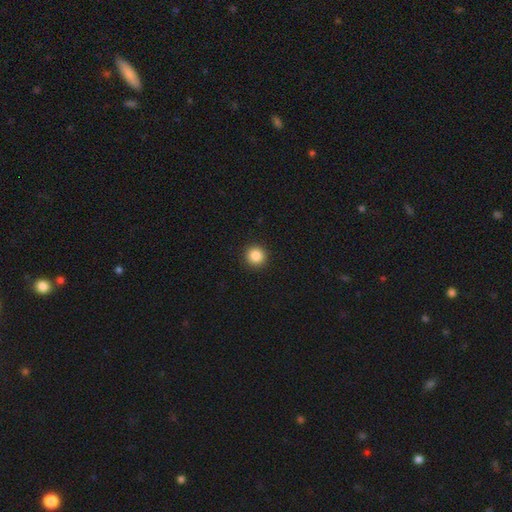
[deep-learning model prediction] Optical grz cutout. It shows a smooth galaxy with no disk features (86%) that is round (95%). Merging: none (93%).